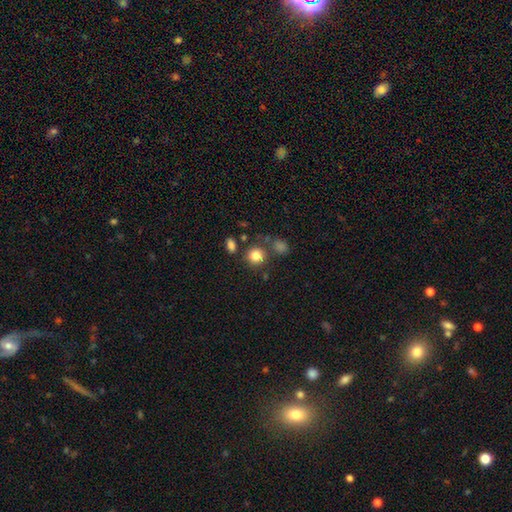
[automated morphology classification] The model was most divided on "merging": none: 74%, merger: 11%, minor disturbance: 11%, major disturbance: 4%. More confident: how rounded — round (86%); smooth or featured — smooth (83%).